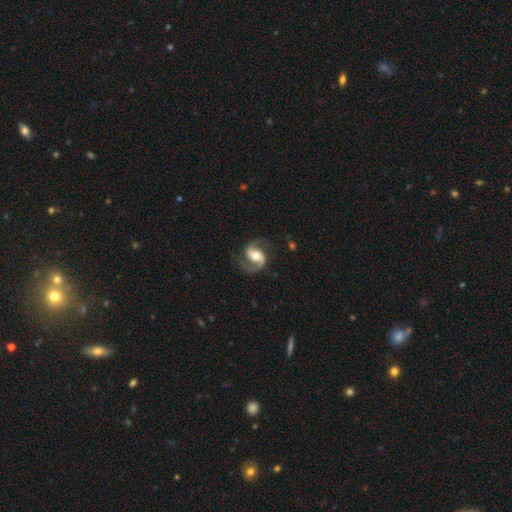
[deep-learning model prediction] Smooth or featured? featured or disk (90%)
Edge-on disk? no (98%)
Bar? weak (39%)
Spiral arms? yes (97%)
Spiral winding? medium (56%)
Spiral arm count? 2 (92%)
Bulge size? moderate (68%)
Merging? none (78%)